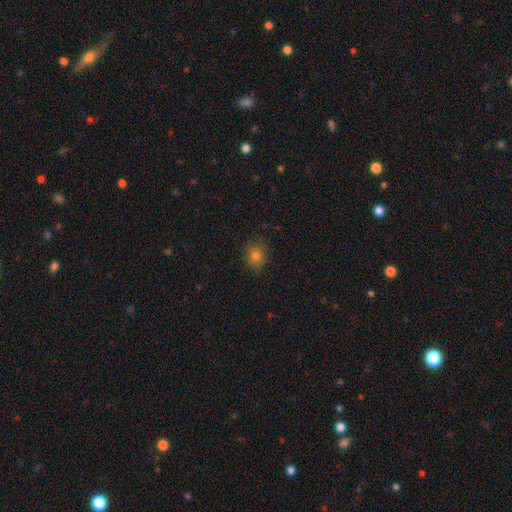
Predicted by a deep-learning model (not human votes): Overall: smooth (78%). How rounded: round (62%; in between 37%). Merging: none (82%).